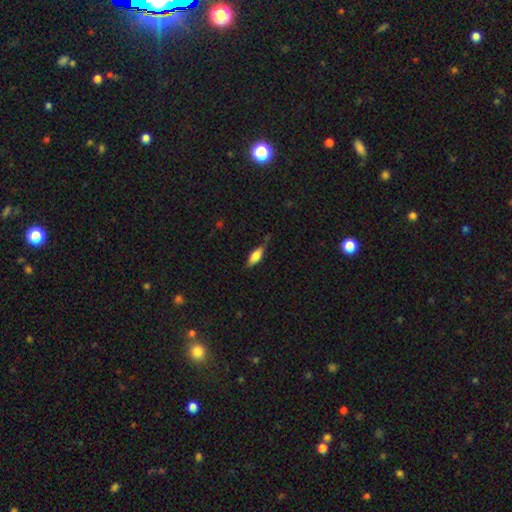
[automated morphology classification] A smooth galaxy with no disk features (72%) that is in between round and cigar-shaped (69%).

Vote fractions:
- Smooth or featured? smooth: 72% / featured or disk: 21% / star or artifact: 7%
- How rounded? in between: 69% / cigar-shaped: 28% / round: 3%
- Merging? none: 68% / minor disturbance: 25% / major disturbance: 5% / merger: 2%